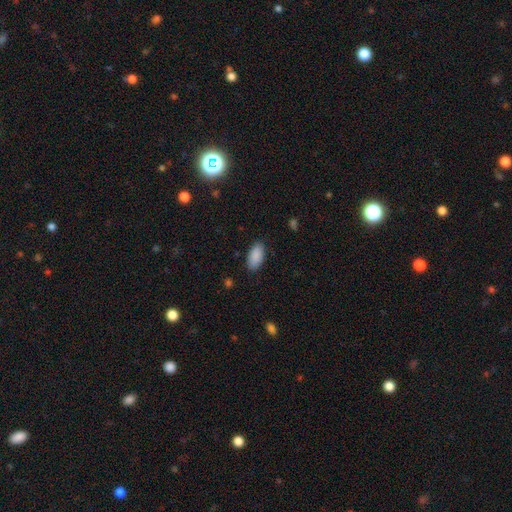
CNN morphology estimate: smooth 90%, star or artifact 6%, featured or disk 4%. Down the decision tree: how rounded — in between (93%); merging — none (87%).